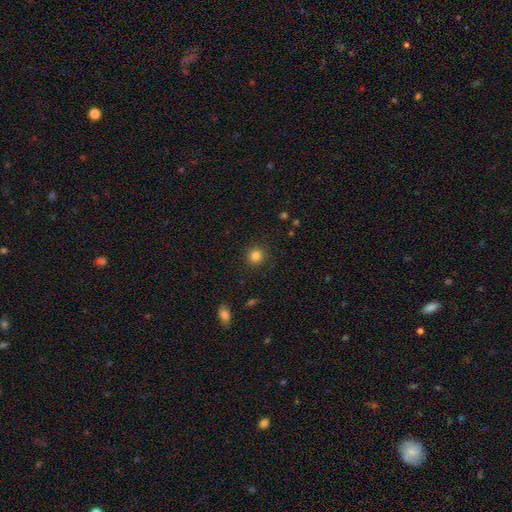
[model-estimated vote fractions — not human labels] smooth 83%, star or artifact 12%, featured or disk 5%. Down the decision tree: how rounded — round (93%); merging — none (90%).